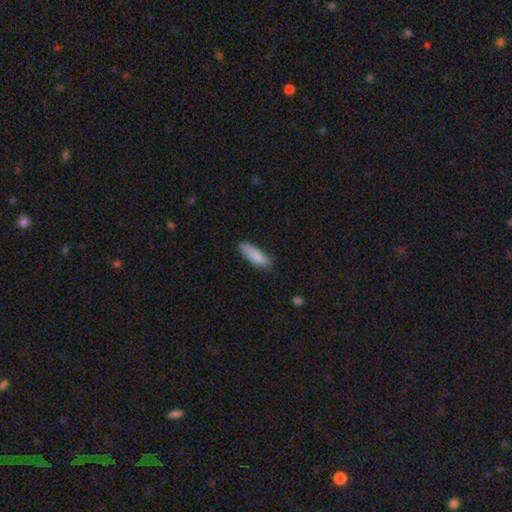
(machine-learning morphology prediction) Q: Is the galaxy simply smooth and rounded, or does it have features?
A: smooth — 83%.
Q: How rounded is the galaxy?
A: in between — 61%.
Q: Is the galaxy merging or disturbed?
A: none — 66%.